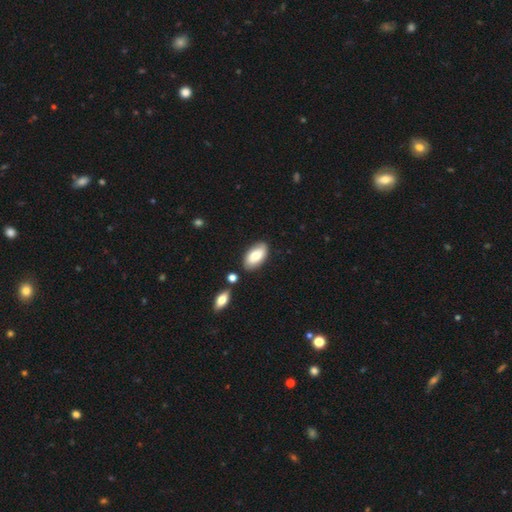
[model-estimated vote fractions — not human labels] The model was most divided on "smooth or featured": smooth: 75%, featured or disk: 19%, star or artifact: 7%. More confident: how rounded — in between (95%); merging — none (80%).